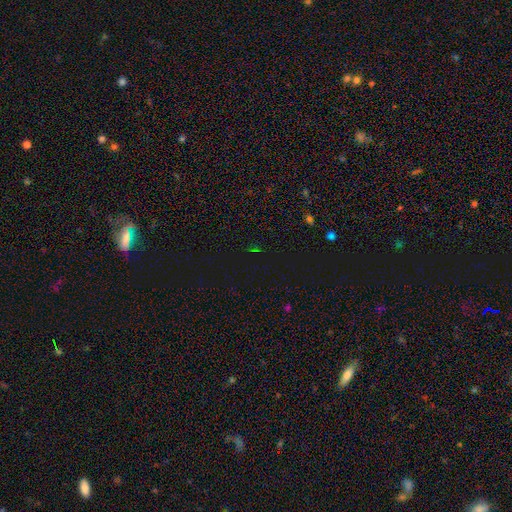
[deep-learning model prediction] smooth-or-featured: star or artifact: 75% | smooth: 16% | featured or disk: 9%